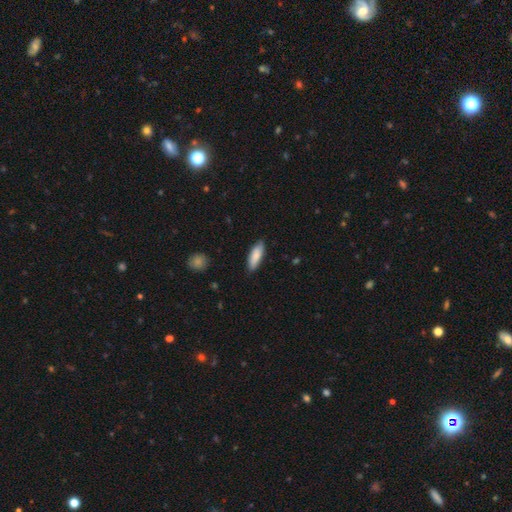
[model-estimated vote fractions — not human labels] smooth-or-featured: smooth: 86% | featured or disk: 8% | star or artifact: 5%
  how-rounded: in between: 57% | cigar-shaped: 41% | round: 2%
  merging: none: 85% | minor disturbance: 11% | major disturbance: 2% | merger: 1%